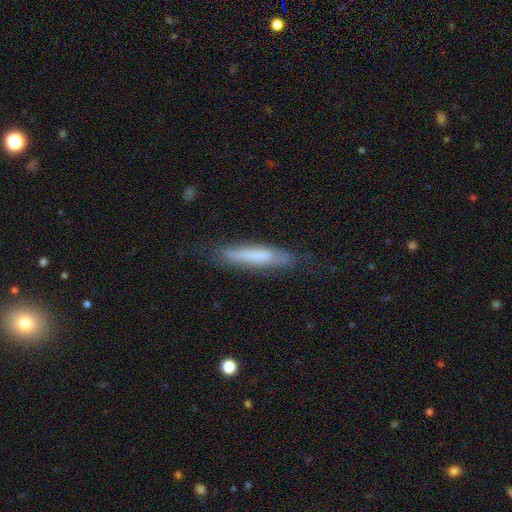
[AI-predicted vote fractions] Q: Smooth or featured?
A: smooth (62%); runner-up: featured or disk (31%)
Q: How rounded?
A: cigar-shaped (88%); runner-up: in between (10%)
Q: Merging?
A: none (75%); runner-up: minor disturbance (18%)